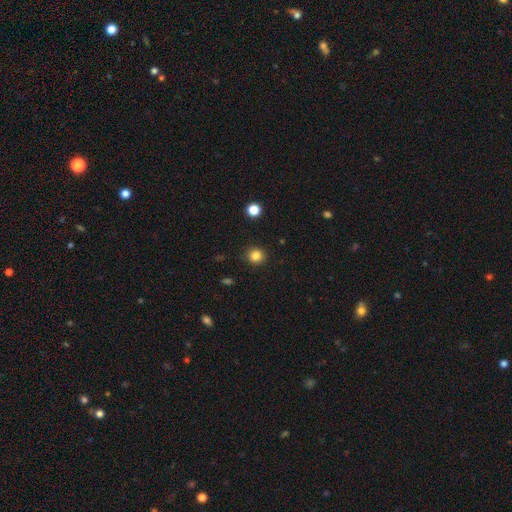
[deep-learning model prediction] Morphology: type=smooth (83%); roundness=round (93%); merging=none (91%).